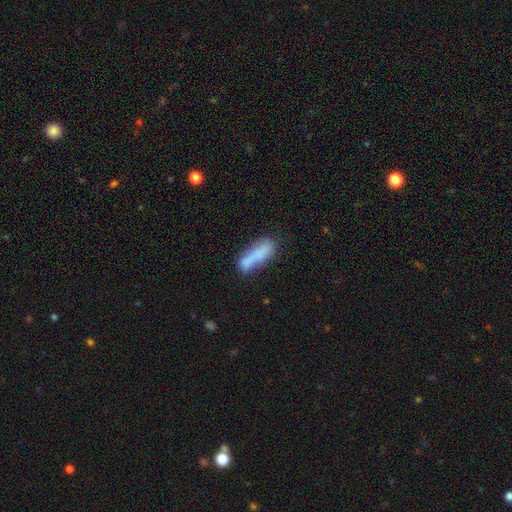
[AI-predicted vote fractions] A smooth galaxy with no disk features (71%) that is cigar-shaped (55%).

Vote fractions:
- Smooth or featured? smooth: 71% / featured or disk: 21% / star or artifact: 8%
- How rounded? cigar-shaped: 55% / in between: 42% / round: 2%
- Merging? none: 48% / minor disturbance: 23% / merger: 19% / major disturbance: 10%